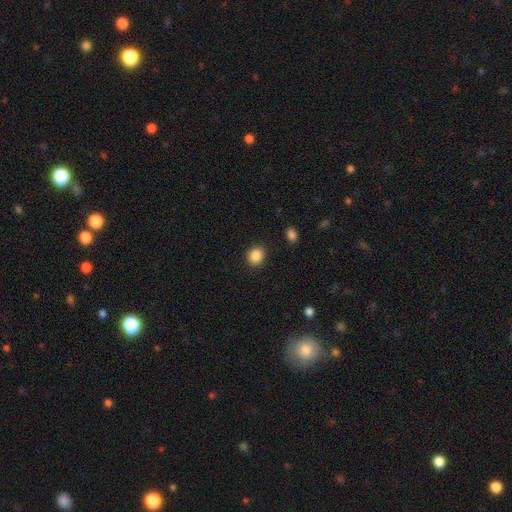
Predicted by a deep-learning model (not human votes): Overall: smooth (87%). How rounded: round (74%). Merging: none (90%).